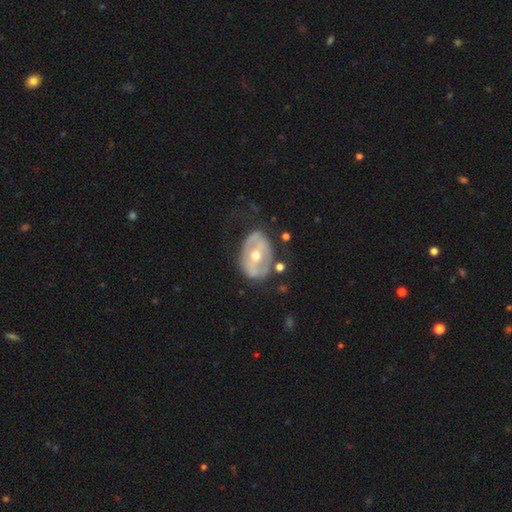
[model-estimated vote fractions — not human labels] Smooth or featured? featured or disk (69%)
Edge-on disk? no (93%)
Bar? no (39%)
Spiral arms? no (68%)
Bulge size? moderate (73%)
Merging? none (66%)